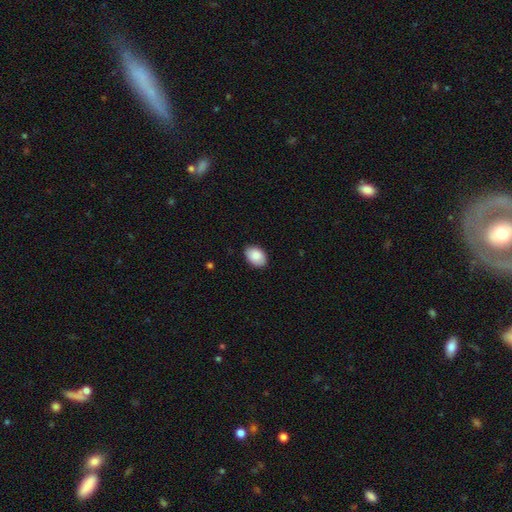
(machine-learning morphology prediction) smooth_or_featured: smooth (p=0.89) [alt: star or artifact p=0.06]
how_rounded: in between (p=0.85) [alt: round p=0.14]
merging: none (p=0.87) [alt: minor disturbance p=0.10]